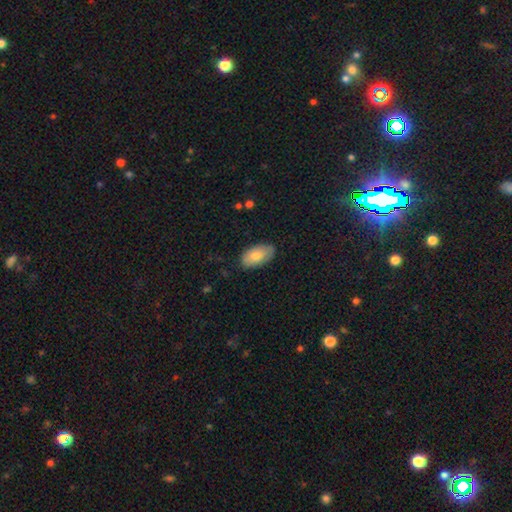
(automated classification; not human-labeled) smooth 77%, featured or disk 17%, star or artifact 6%. Down the decision tree: how rounded — in between (94%); merging — none (83%).